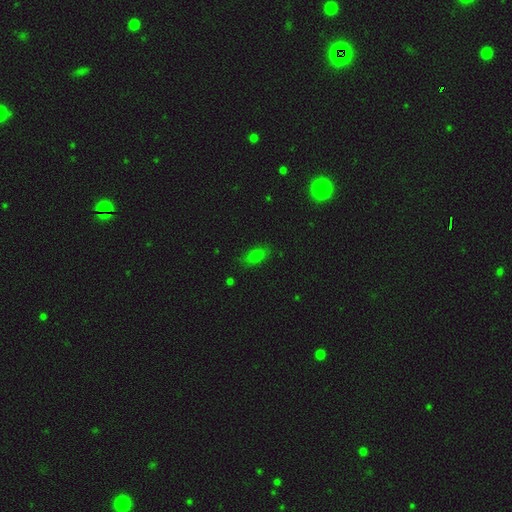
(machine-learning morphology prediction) smooth-or-featured: smooth: 76% | star or artifact: 14% | featured or disk: 9%
  how-rounded: in between: 83% | cigar-shaped: 9% | round: 8%
  merging: none: 82% | minor disturbance: 13% | major disturbance: 3% | merger: 1%